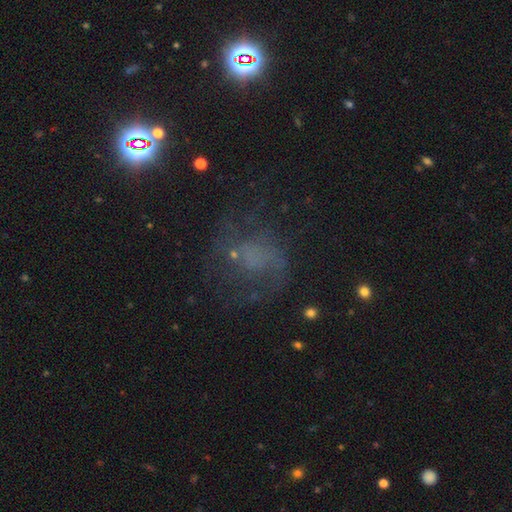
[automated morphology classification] A featured or disk galaxy (46%).

Vote fractions:
- Smooth or featured? featured or disk: 46% / star or artifact: 32% / smooth: 22%
- Merging? none: 57% / major disturbance: 22% / minor disturbance: 18% / merger: 3%